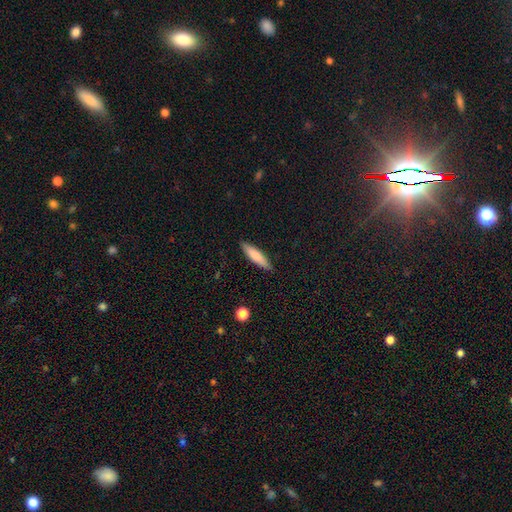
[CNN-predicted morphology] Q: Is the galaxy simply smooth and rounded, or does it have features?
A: smooth — 75%.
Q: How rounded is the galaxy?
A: cigar-shaped — 78%.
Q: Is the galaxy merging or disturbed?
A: none — 89%.